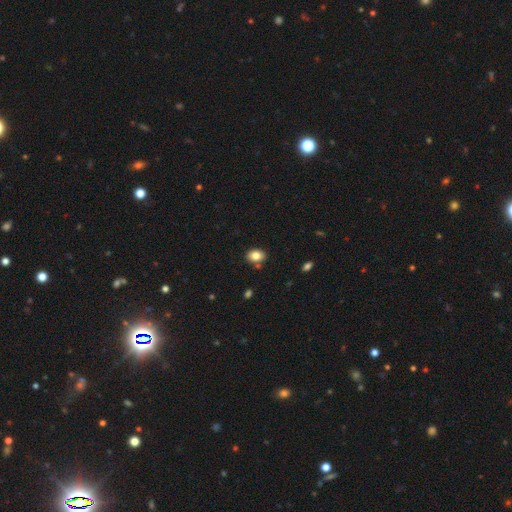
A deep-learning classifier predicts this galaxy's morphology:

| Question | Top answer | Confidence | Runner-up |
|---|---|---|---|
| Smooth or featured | smooth | 83% | star or artifact (9%) |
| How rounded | in between | 68% | round (31%) |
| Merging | none | 81% | minor disturbance (11%) |